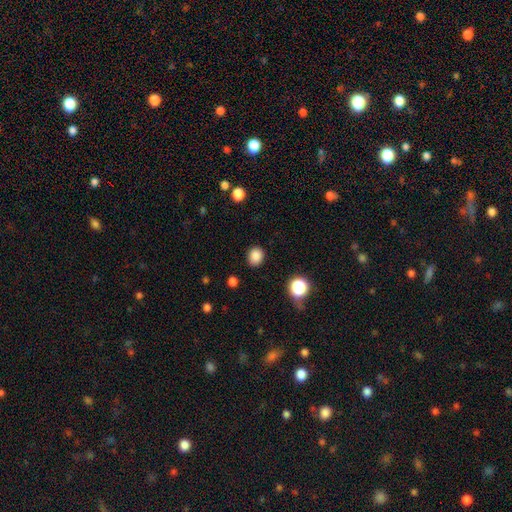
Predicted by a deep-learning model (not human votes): smooth_or_featured: smooth (p=0.86) [alt: star or artifact p=0.11]
how_rounded: round (p=0.65) [alt: in between p=0.34]
merging: none (p=0.86) [alt: minor disturbance p=0.10]